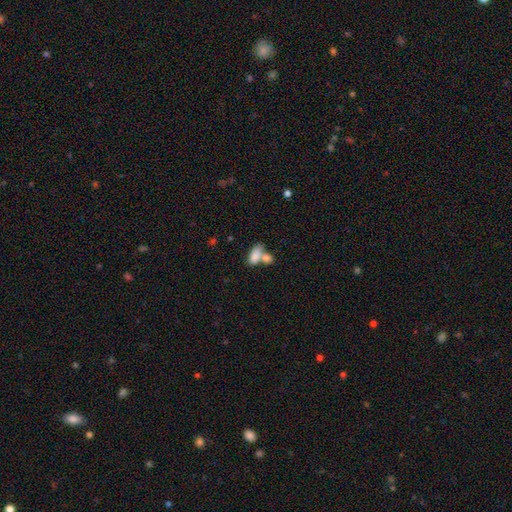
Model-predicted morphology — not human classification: Q: Smooth or featured?
A: smooth (80%); runner-up: featured or disk (12%)
Q: How rounded?
A: in between (89%); runner-up: round (6%)
Q: Merging?
A: merger (58%); runner-up: none (26%)